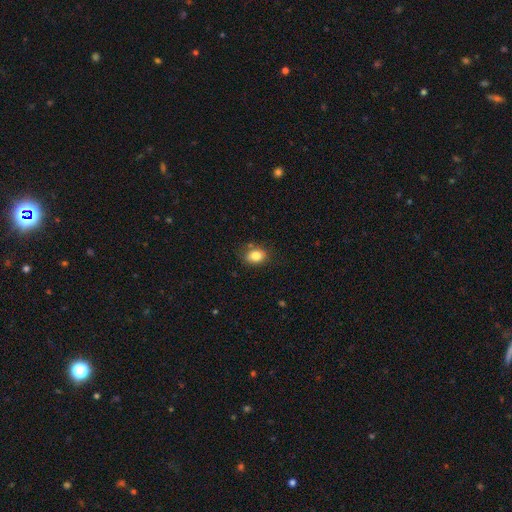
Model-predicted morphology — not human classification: This appears to be a smooth galaxy with no disk features (83%) that is in between round and cigar-shaped (62%). Merging: none (75%).